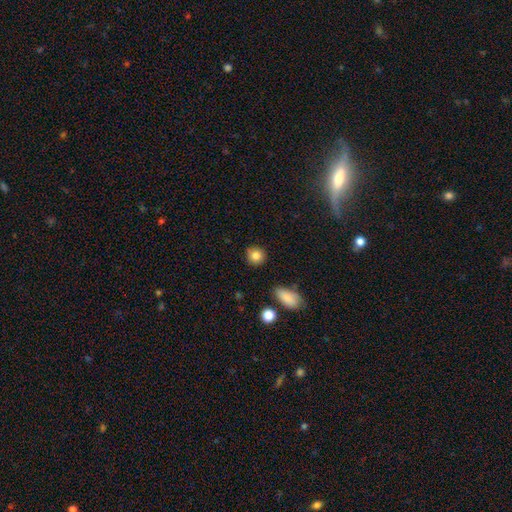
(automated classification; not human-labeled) smooth 84%, star or artifact 9%, featured or disk 7%. Down the decision tree: how rounded — round (87%); merging — none (87%).